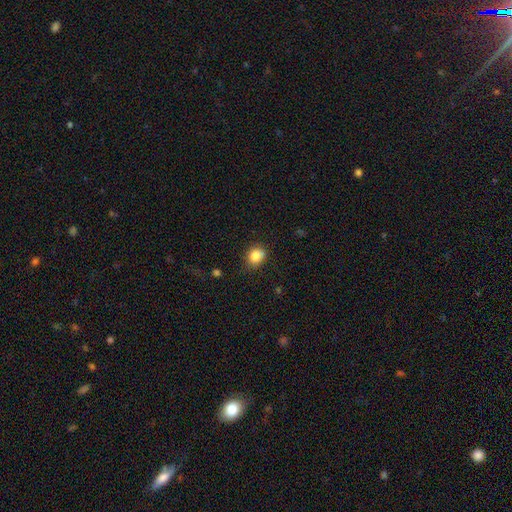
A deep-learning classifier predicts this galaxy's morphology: Smooth or featured: smooth — 84% (star or artifact — 10%)
How rounded: round — 63% (in between — 36%)
Merging: none — 73% (minor disturbance — 20%)